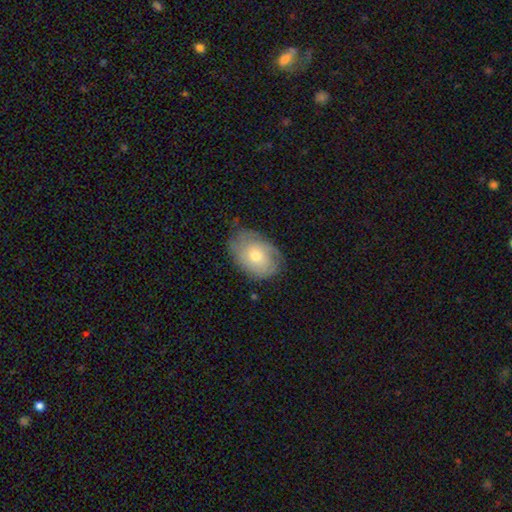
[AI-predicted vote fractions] A smooth galaxy with no disk features (56%) that is in between round and cigar-shaped (80%).

Vote fractions:
- Smooth or featured? smooth: 56% / featured or disk: 37% / star or artifact: 7%
- How rounded? in between: 80% / round: 19% / cigar-shaped: 1%
- Merging? none: 68% / minor disturbance: 25% / major disturbance: 6% / merger: 1%